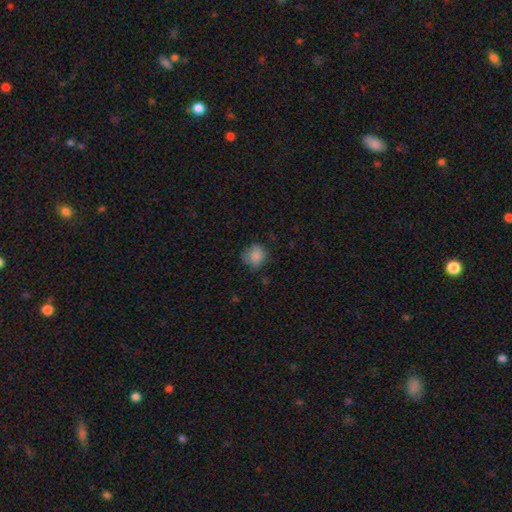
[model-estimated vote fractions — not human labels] smooth 83%, star or artifact 10%, featured or disk 7%. Down the decision tree: how rounded — round (78%); merging — none (65%).